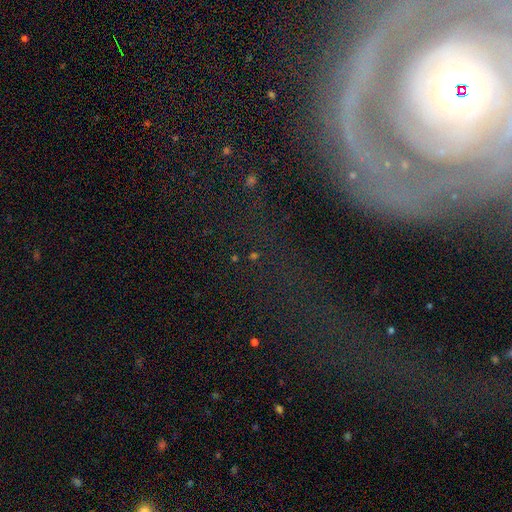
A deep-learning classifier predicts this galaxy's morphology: The model was most divided on "smooth or featured": star or artifact: 46%, featured or disk: 34%, smooth: 20%.